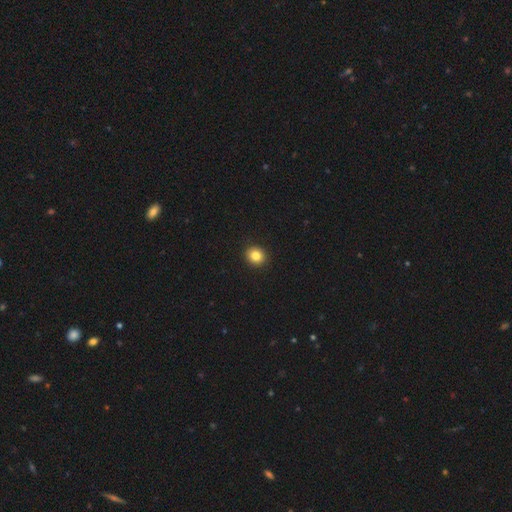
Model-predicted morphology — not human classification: This appears to be a smooth galaxy with no disk features (84%) that is round (81%). Merging: none (93%).